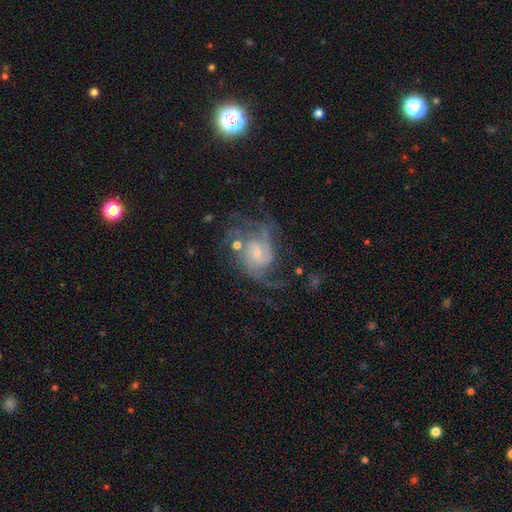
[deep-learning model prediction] The model was most divided on "spiral arm count": 2: 36%, can't tell: 25%, 3: 19%, 4: 8%, 1: 7%, more than 4: 5%. Remaining: edge-on disk — no (98%); spiral arms — yes (92%); smooth or featured — featured or disk (83%); bulge size — small (54%); bar — weak (51%); merging — none (47%); spiral winding — medium (46%).